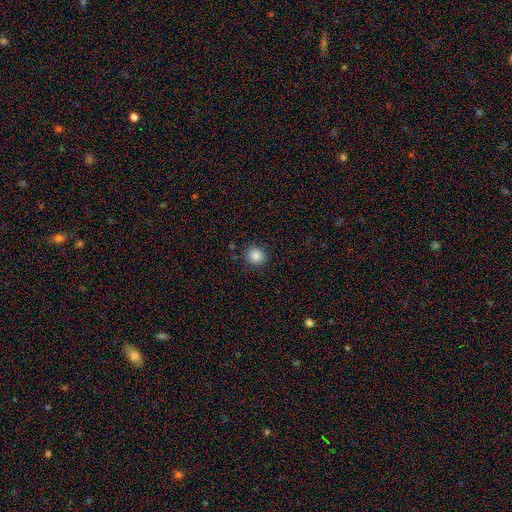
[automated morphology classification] A smooth galaxy with no disk features (86%) that is round (88%).

Vote fractions:
- Smooth or featured? smooth: 86% / star or artifact: 10% / featured or disk: 4%
- How rounded? round: 88% / in between: 11% / cigar-shaped: 1%
- Merging? none: 89% / minor disturbance: 7% / major disturbance: 2% / merger: 1%